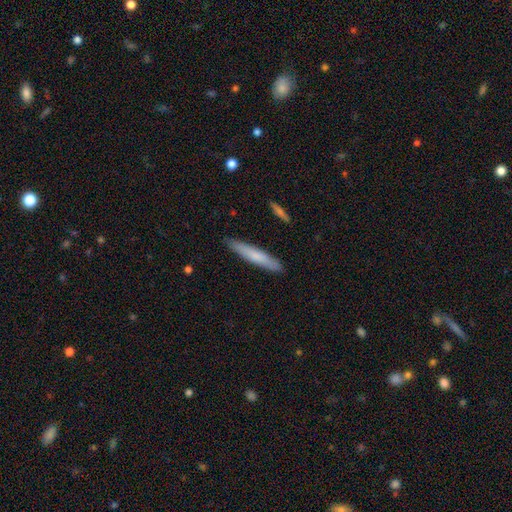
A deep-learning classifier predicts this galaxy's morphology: Overall: smooth (69%). How rounded: cigar-shaped (93%). Merging: none (88%).